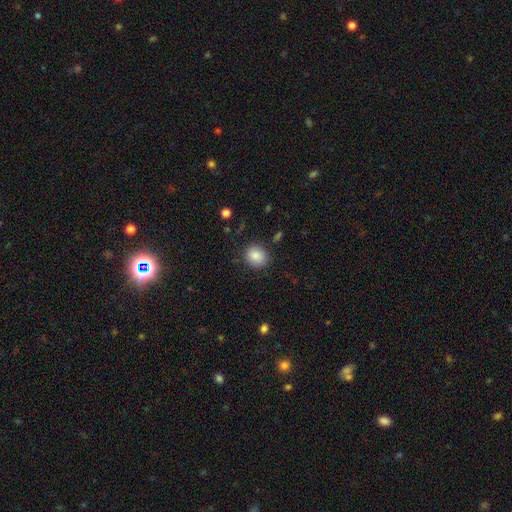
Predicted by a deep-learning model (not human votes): Q: Smooth or featured?
A: smooth (87%); runner-up: star or artifact (9%)
Q: How rounded?
A: round (70%); runner-up: in between (29%)
Q: Merging?
A: none (85%); runner-up: minor disturbance (10%)